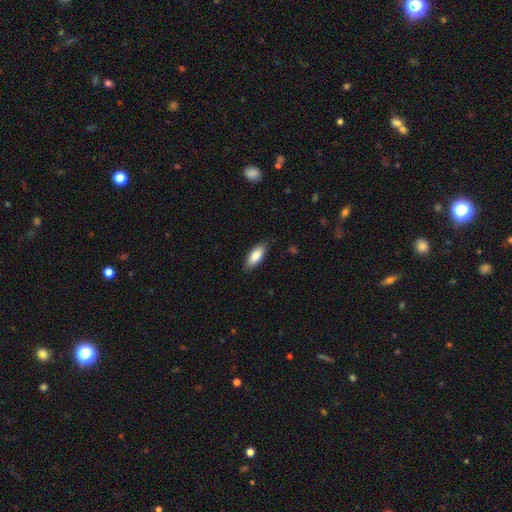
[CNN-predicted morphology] A smooth galaxy with no disk features (84%) that is in between round and cigar-shaped (82%).

Vote fractions:
- Smooth or featured? smooth: 84% / featured or disk: 10% / star or artifact: 6%
- How rounded? in between: 82% / cigar-shaped: 16% / round: 2%
- Merging? none: 85% / minor disturbance: 12% / major disturbance: 2% / merger: 1%